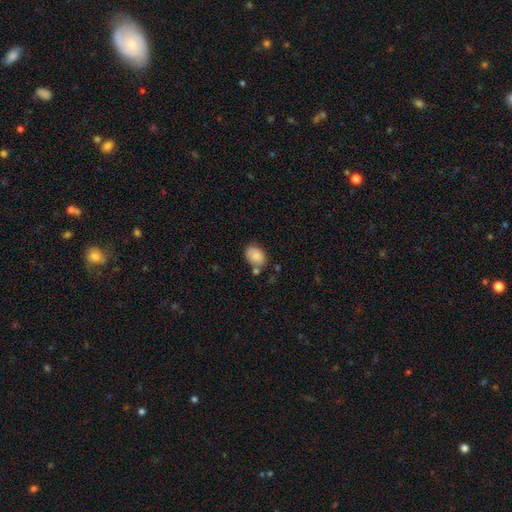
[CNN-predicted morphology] Smooth or featured? smooth (86%)
How rounded? in between (83%)
Merging? none (65%)